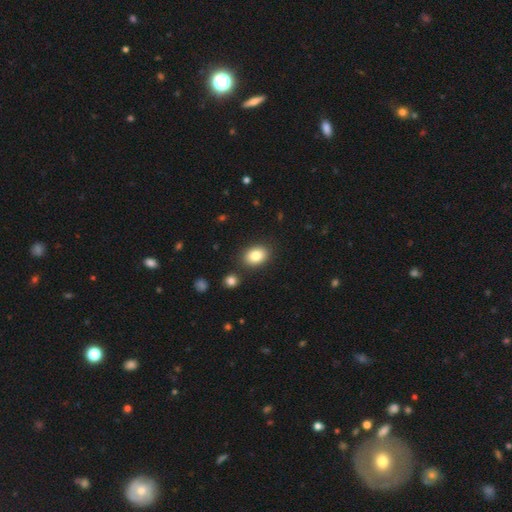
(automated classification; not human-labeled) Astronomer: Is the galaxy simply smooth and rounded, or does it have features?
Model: smooth — 85%.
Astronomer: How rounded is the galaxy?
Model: in between — 74%.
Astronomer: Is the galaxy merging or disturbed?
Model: none — 85%.